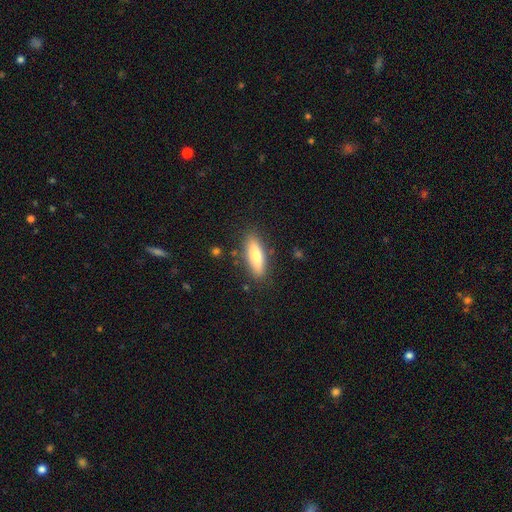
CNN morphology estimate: smooth_or_featured: smooth (p=0.76) [alt: featured or disk p=0.18]
how_rounded: in between (p=0.49) [tied with: cigar-shaped p=0.49]
merging: none (p=0.85) [alt: minor disturbance p=0.10]